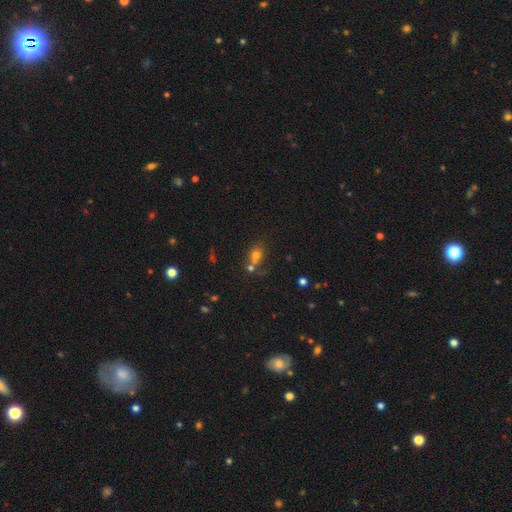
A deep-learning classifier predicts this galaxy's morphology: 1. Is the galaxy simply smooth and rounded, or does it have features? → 69% smooth, 17% star or artifact, 14% featured or disk.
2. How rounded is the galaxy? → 49% in between (tied), 49% round (tied), 2% cigar-shaped.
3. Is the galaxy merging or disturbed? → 42% none, 38% merger, 12% minor disturbance, 8% major disturbance.